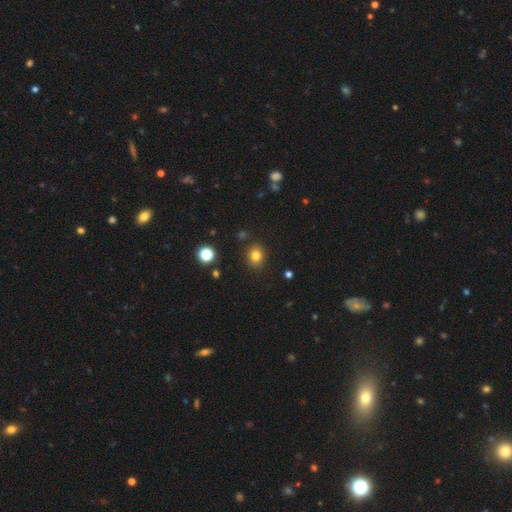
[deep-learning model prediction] Smooth or featured: smooth — 79% (star or artifact — 14%)
How rounded: round — 69% (in between — 30%)
Merging: none — 85% (minor disturbance — 9%)